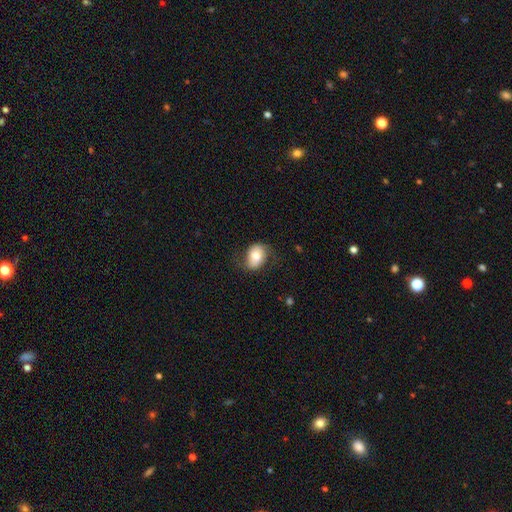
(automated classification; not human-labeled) The model was most divided on "merging": none: 62%, minor disturbance: 25%, major disturbance: 11%, merger: 1%. More confident: how rounded — in between (71%); smooth or featured — smooth (68%).